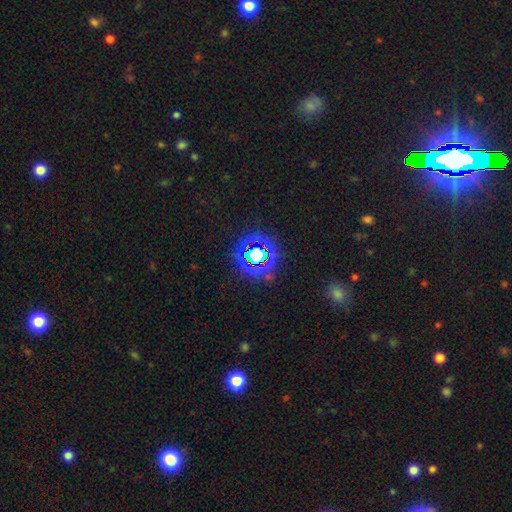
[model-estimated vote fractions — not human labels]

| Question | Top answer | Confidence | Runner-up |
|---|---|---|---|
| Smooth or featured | star or artifact | 74% | smooth (17%) |